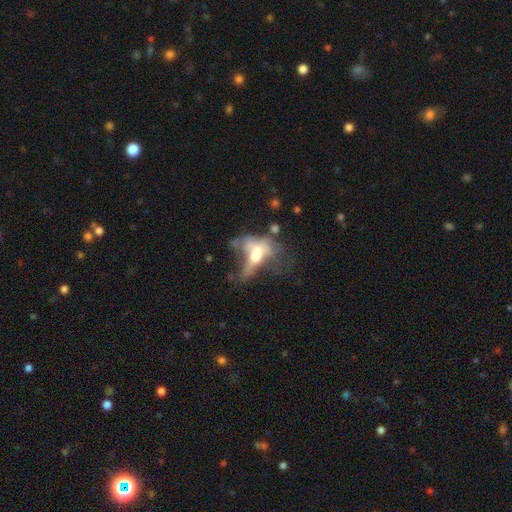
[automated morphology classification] Smooth or featured? Predicted: featured or disk (p=0.53). Edge-on disk? Predicted: no (p=0.85). Merging? Predicted: major disturbance (p=0.48).